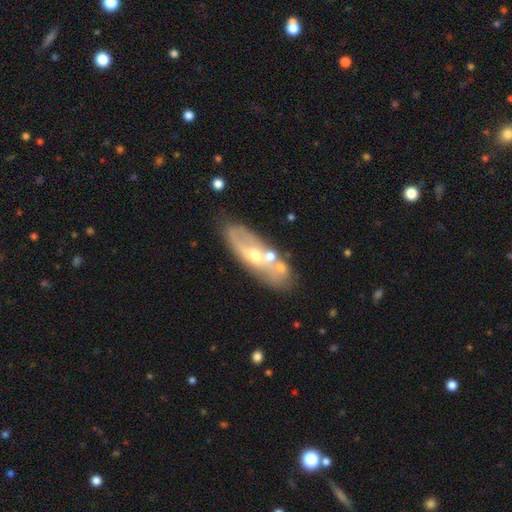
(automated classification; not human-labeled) Smooth or featured: featured or disk — 58% (smooth — 33%)
Edge-on disk: no — 82% (yes — 18%)
Merging: none — 53% (merger — 20%)